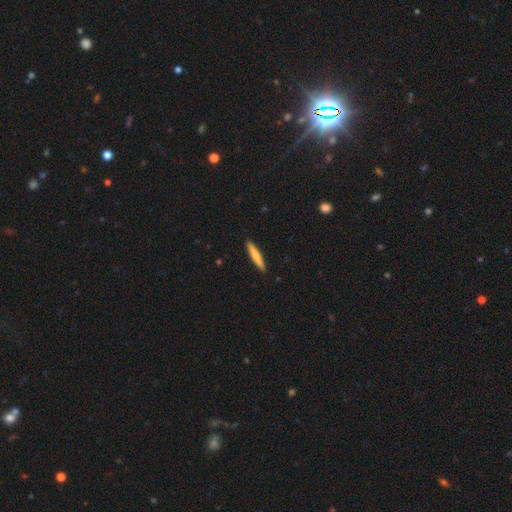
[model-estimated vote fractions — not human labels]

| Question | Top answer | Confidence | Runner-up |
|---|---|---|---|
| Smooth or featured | smooth | 73% | featured or disk (22%) |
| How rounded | cigar-shaped | 92% | in between (7%) |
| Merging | none | 92% | minor disturbance (6%) |